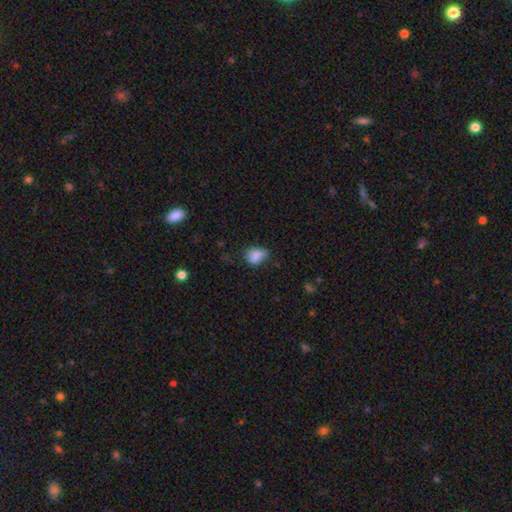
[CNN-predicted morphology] A smooth galaxy with no disk features (83%) that is in between round and cigar-shaped (69%).

Vote fractions:
- Smooth or featured? smooth: 83% / star or artifact: 10% / featured or disk: 7%
- How rounded? in between: 69% / round: 30% / cigar-shaped: 2%
- Merging? none: 44% / minor disturbance: 39% / major disturbance: 14% / merger: 3%